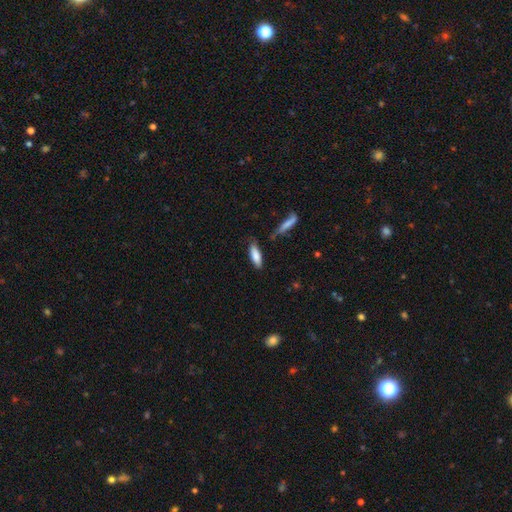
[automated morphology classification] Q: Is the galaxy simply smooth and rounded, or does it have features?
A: smooth — 84%.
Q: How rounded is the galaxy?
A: in between — 57%.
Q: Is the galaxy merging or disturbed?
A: none — 73%.